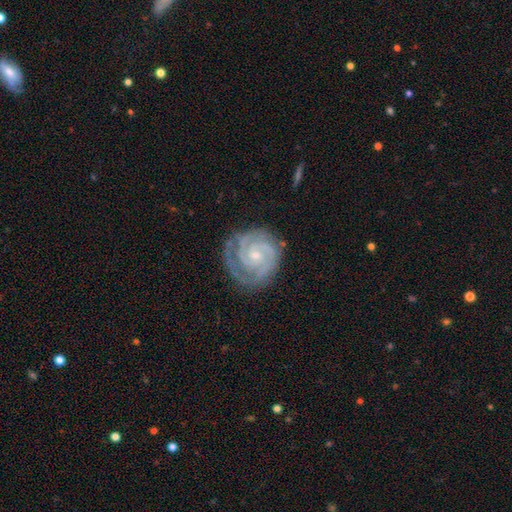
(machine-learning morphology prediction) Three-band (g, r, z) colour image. It shows a featured or disk galaxy (91%) with no bar (66%), 2 (56%) tight (79%) spiral arms (98%) and a small central bulge (71%). Merging: none (76%).